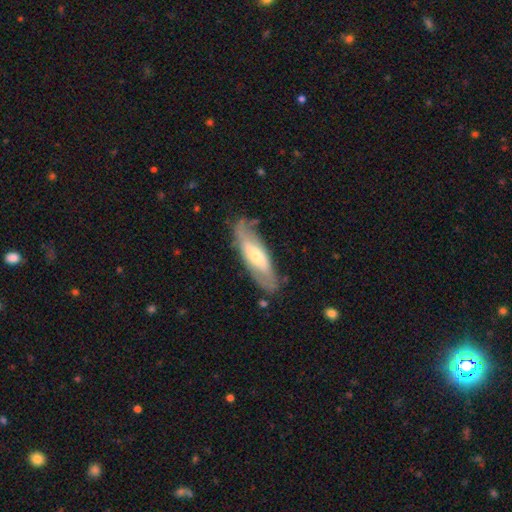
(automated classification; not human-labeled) Overall: featured or disk (54%; smooth 40%). Edge-on disk: no (64%; yes 36%). Merging: none (74%).